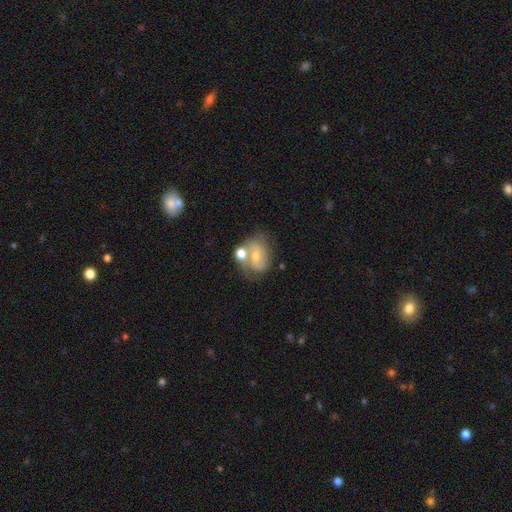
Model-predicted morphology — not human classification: featured or disk 53%, smooth 39%, star or artifact 9%. Down the decision tree: edge-on disk — no (97%); bar — no (58%); spiral arms — yes (73%); bulge size — small (46%); merging — none (37%).